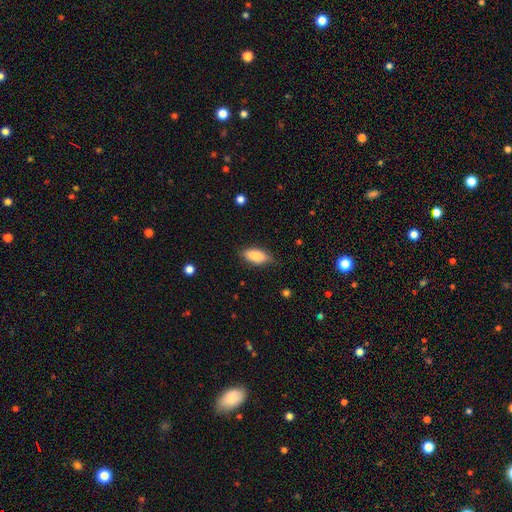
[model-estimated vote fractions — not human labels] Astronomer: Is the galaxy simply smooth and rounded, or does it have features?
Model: smooth — 85%.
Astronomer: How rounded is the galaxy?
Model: in between — 84%.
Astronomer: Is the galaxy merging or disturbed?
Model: none — 82%.